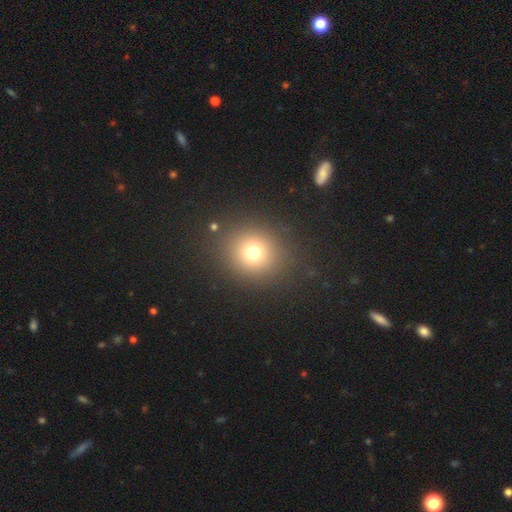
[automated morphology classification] A smooth galaxy with no disk features (66%) that is round (84%). Merging: none (90%).